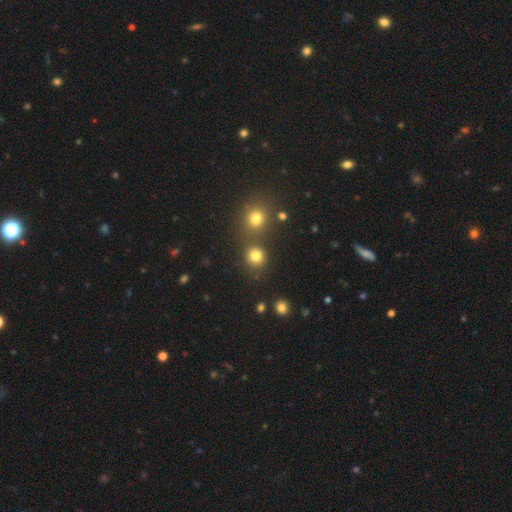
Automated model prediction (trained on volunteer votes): Smooth or featured? smooth (80%)
How rounded? round (86%)
Merging? none (73%)